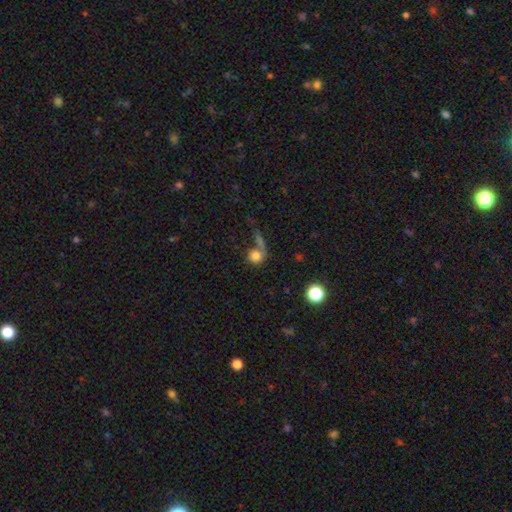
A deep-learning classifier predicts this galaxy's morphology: smooth-or-featured: smooth: 76% | featured or disk: 13% | star or artifact: 11%
  how-rounded: round: 80% | in between: 18% | cigar-shaped: 2%
  merging: none: 38% | merger: 34% | major disturbance: 17% | minor disturbance: 12%